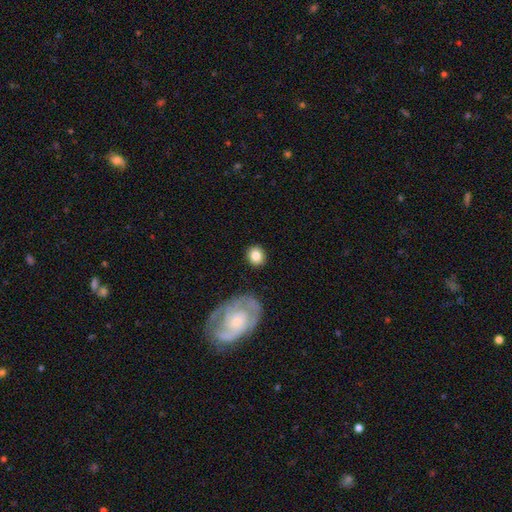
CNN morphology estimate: A smooth galaxy with no disk features (81%) that is round (77%). Merging: none (86%).